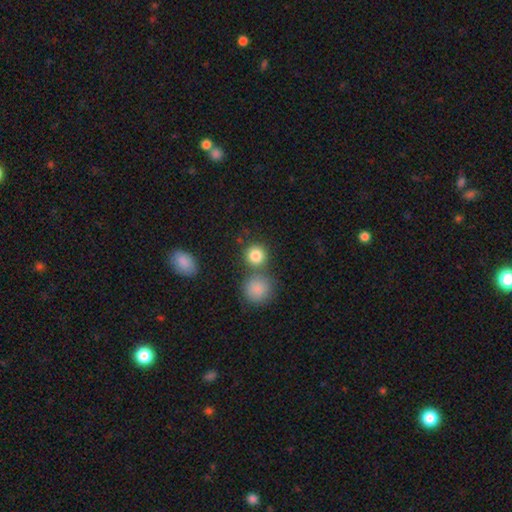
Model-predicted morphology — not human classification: type=smooth (84%); roundness=round (90%); merging=none (67%).